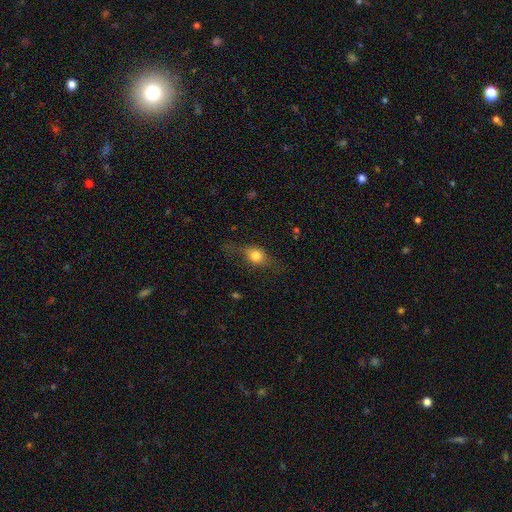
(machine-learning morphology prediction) The model was most divided on "how rounded" (2-way tie): in between: 46%, round: 46%, cigar-shaped: 9%. More confident: merging — none (62%); smooth or featured — smooth (59%).